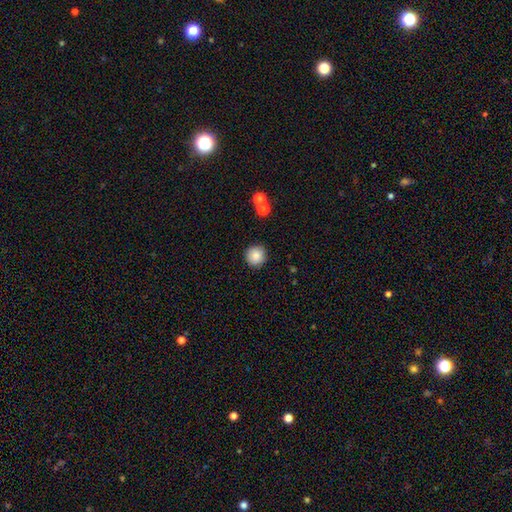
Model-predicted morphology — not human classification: Smooth or featured? Predicted: smooth (p=0.86). How rounded? Predicted: round (p=0.95). Merging? Predicted: none (p=0.90).